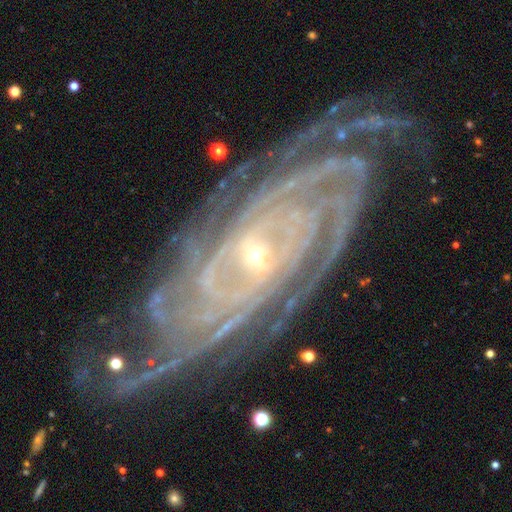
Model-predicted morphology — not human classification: The model was most divided on "spiral arm count": more than 4: 27%, 4: 22%, can't tell: 16%, 3: 14%, 2: 12%, 1: 9%. More confident: spiral arms — yes (99%); edge-on disk — no (94%); smooth or featured — featured or disk (91%); spiral winding — tight (84%); merging — none (80%); bulge size — small (77%); bar — no (55%).